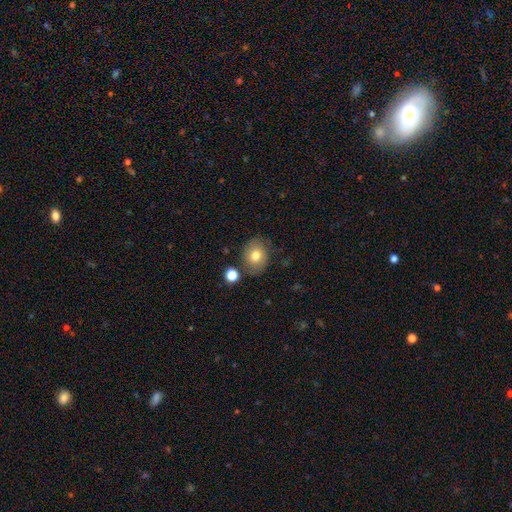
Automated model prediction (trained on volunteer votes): Smooth or featured?
  - smooth: 74% *
  - featured or disk: 16%
  - star or artifact: 10%
How rounded?
  - round: 54% *
  - in between: 45%
  - cigar-shaped: 1%
Merging?
  - none: 74% *
  - minor disturbance: 16%
  - merger: 6%
  - major disturbance: 5%